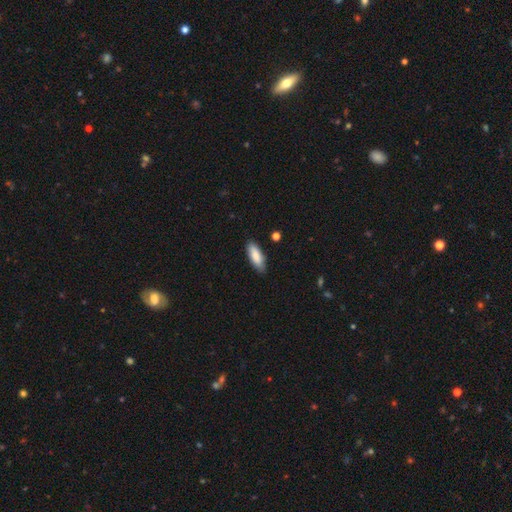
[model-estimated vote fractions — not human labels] This is clearly a smooth galaxy (86%). How rounded: likely in between (68%). Merging: clearly none (83%).